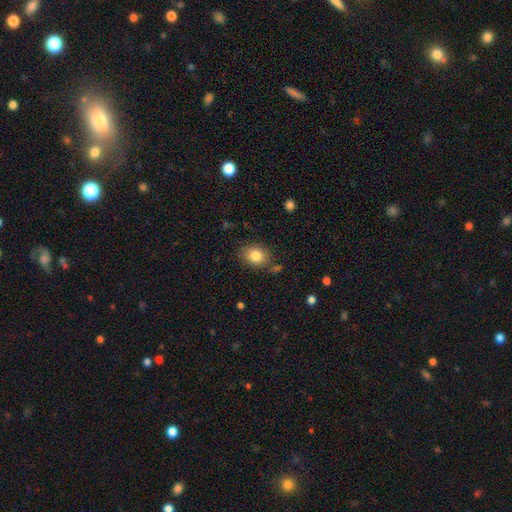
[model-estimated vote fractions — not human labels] Morphology: type=smooth (83%); roundness=in between (55%); merging=none (79%).